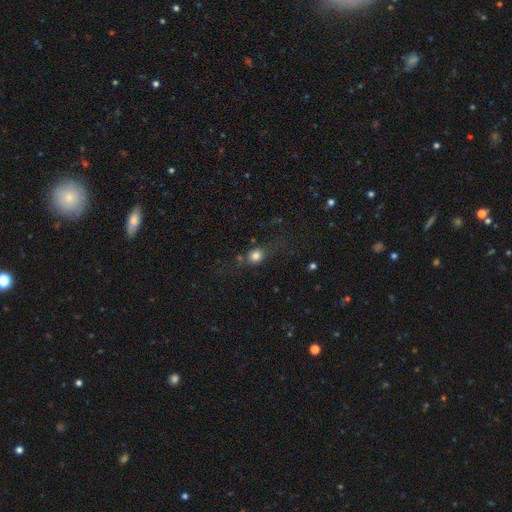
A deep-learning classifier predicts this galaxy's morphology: Smooth or featured?
  - smooth: 74% *
  - featured or disk: 13%
  - star or artifact: 13%
How rounded?
  - round: 66% *
  - in between: 31%
  - cigar-shaped: 4%
Merging?
  - none: 62% *
  - minor disturbance: 18%
  - major disturbance: 14%
  - merger: 5%